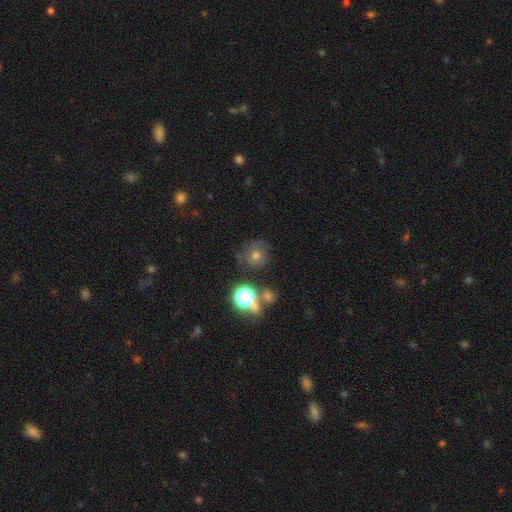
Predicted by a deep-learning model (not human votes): Overall: smooth (45%; featured or disk 29%). Merging: none (72%).